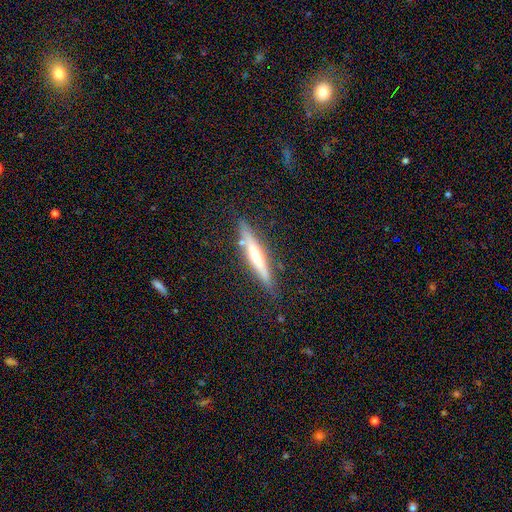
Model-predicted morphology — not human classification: type=featured or disk (63%); edge-on=yes (95%); edge-on bulge=rounded (79%); merging=none (85%).